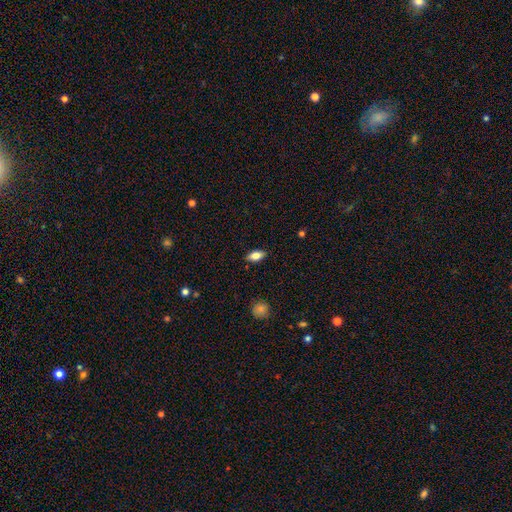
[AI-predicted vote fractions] Overall: smooth (76%). How rounded: in between (87%). Merging: none (87%).